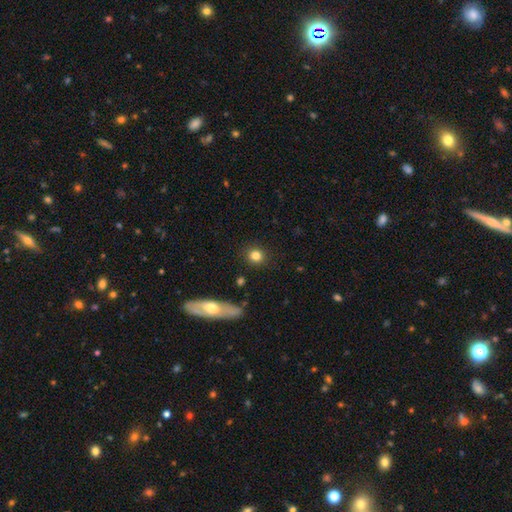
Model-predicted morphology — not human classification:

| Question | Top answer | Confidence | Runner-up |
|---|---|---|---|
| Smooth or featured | smooth | 81% | star or artifact (11%) |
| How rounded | round | 88% | in between (11%) |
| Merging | none | 89% | minor disturbance (7%) |